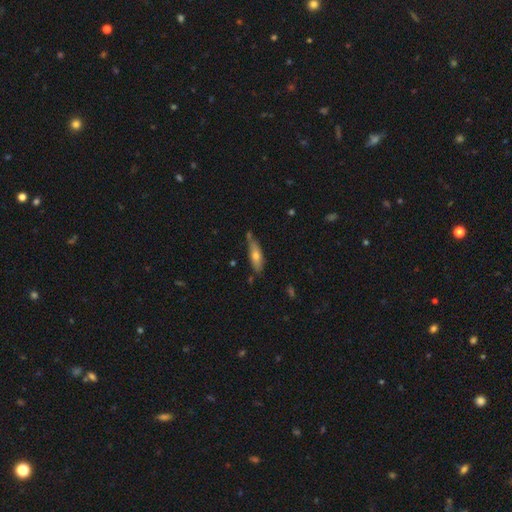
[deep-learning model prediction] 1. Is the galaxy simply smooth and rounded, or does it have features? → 62% smooth, 31% featured or disk, 7% star or artifact.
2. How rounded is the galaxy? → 58% cigar-shaped, 40% in between, 2% round.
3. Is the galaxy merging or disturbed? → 66% none, 23% minor disturbance, 7% merger, 4% major disturbance.